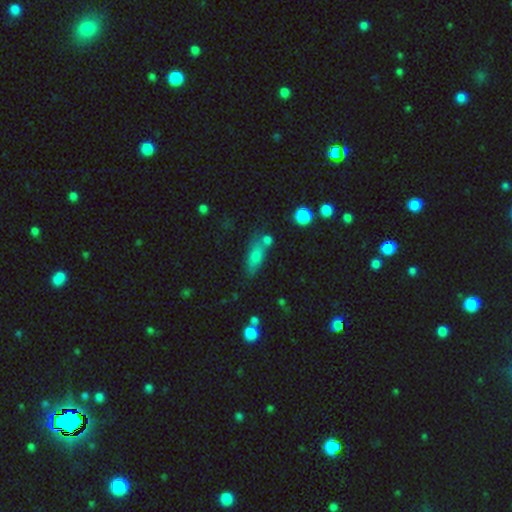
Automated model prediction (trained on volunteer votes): Smooth or featured? smooth (73%)
How rounded? in between (65%)
Merging? none (58%)